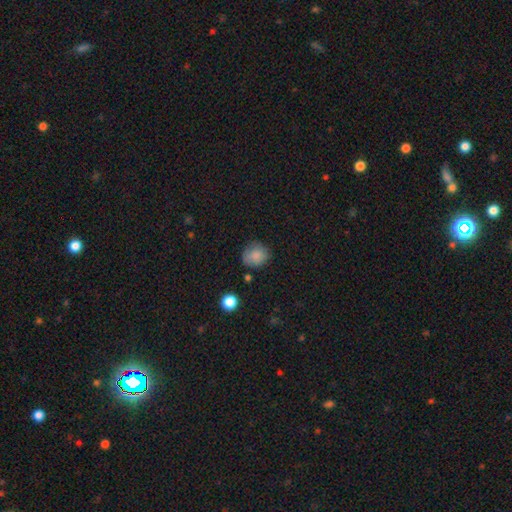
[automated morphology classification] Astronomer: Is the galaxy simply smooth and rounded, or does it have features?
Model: smooth — 83%.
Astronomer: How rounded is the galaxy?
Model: round — 78%.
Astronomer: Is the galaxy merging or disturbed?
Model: none — 74%.